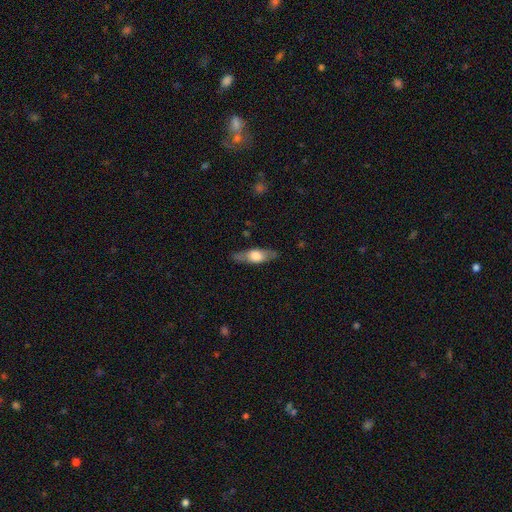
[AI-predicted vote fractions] smooth_or_featured: smooth (p=0.50) [alt: featured or disk p=0.45]
merging: none (p=0.82) [alt: minor disturbance p=0.13]